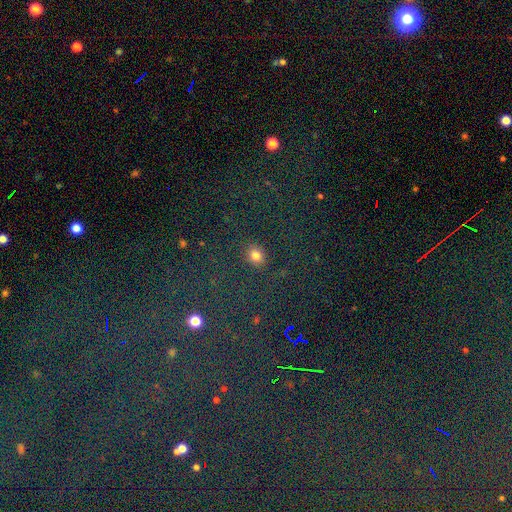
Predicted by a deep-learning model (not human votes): Smooth or featured: smooth — 76% (star or artifact — 17%)
How rounded: round — 59% (in between — 39%)
Merging: none — 85% (minor disturbance — 9%)